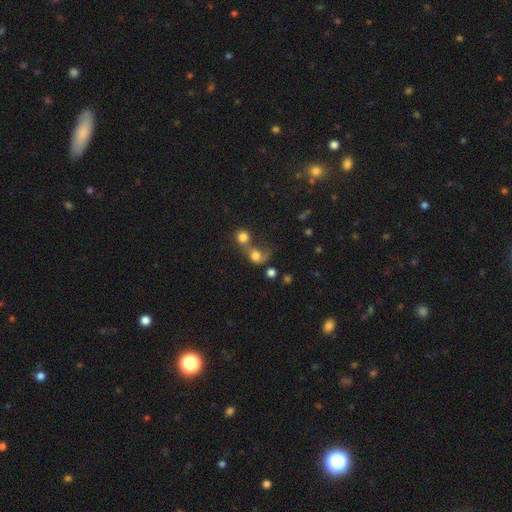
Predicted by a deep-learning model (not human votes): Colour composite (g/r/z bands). It shows a smooth galaxy with no disk features (67%) that is round (69%). Merging: merger (64%).